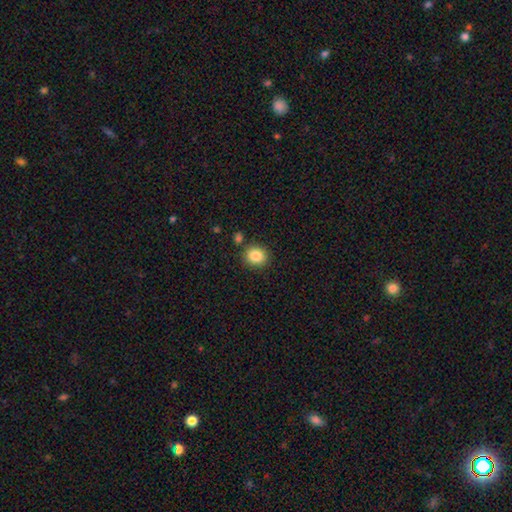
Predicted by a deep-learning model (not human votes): Overall: smooth (86%). How rounded: round (75%). Merging: none (84%).